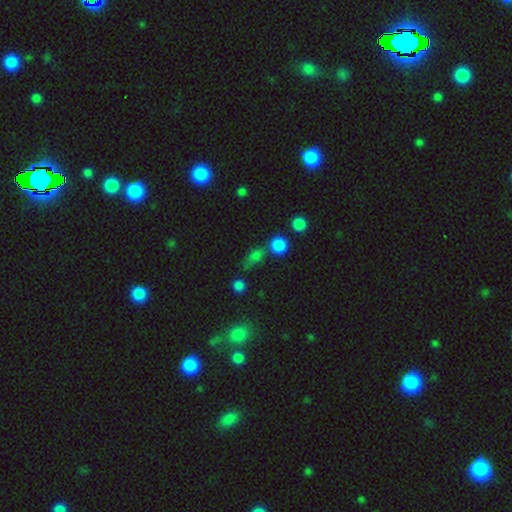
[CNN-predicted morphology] smooth_or_featured: smooth (p=0.70) [alt: star or artifact p=0.20]
how_rounded: in between (p=0.52) [alt: round p=0.40]
merging: none (p=0.54) [alt: merger p=0.21]